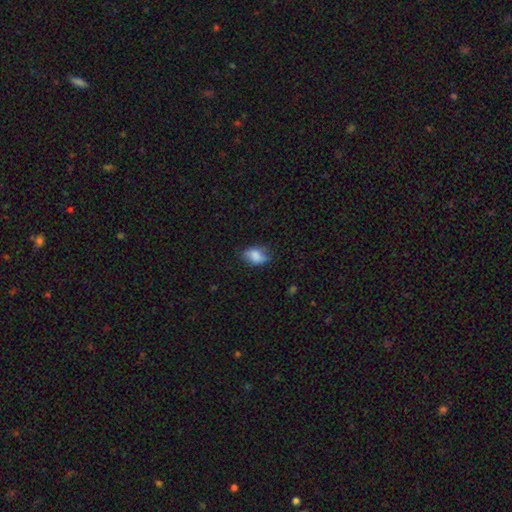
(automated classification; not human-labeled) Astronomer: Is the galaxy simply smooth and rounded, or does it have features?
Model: smooth — 79%.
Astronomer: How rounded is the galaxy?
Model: in between — 81%.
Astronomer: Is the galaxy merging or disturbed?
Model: none — 65%.